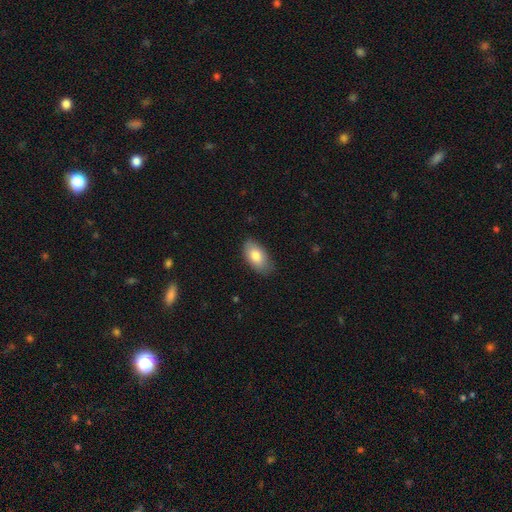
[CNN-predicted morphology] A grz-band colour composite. It shows a smooth galaxy with no disk features (80%) that is in between round and cigar-shaped (94%). Merging: none (80%).